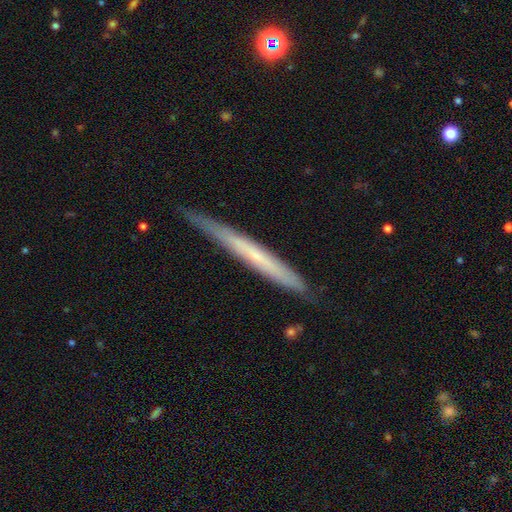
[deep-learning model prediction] Overall: featured or disk (50%; smooth 44%). Merging: none (81%).